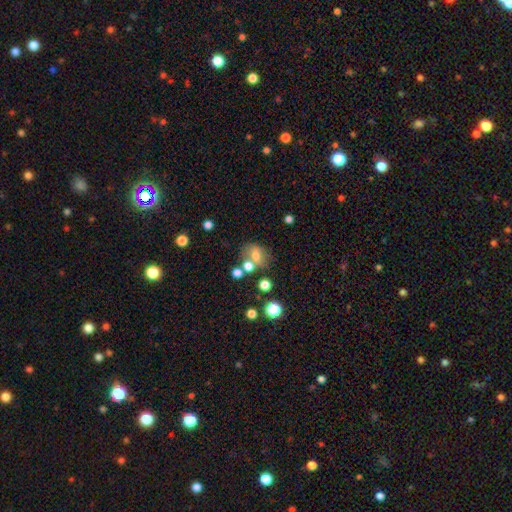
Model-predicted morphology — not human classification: smooth 67%, featured or disk 18%, star or artifact 15%. Down the decision tree: how rounded — round (51%); merging — none (52%).